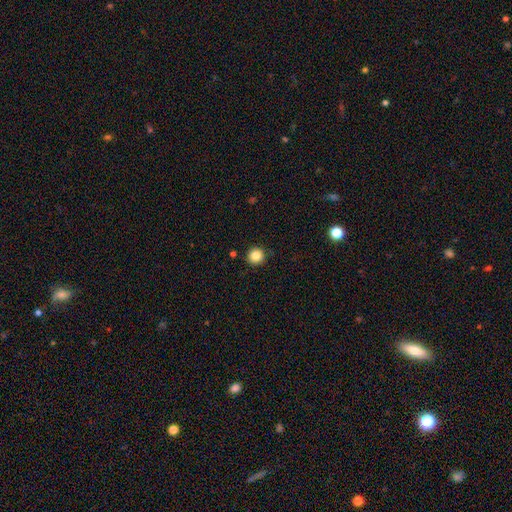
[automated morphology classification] Smooth or featured? smooth (84%)
How rounded? round (95%)
Merging? none (90%)